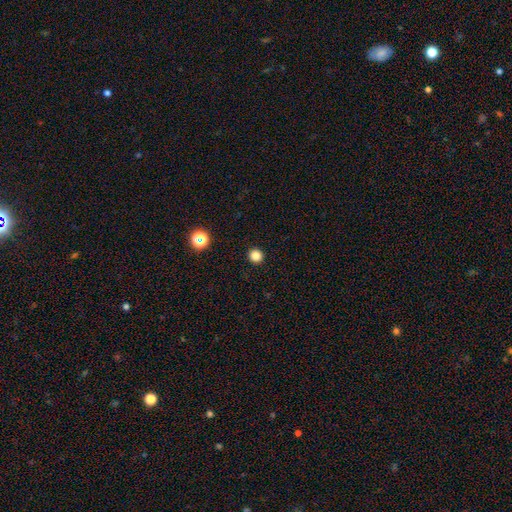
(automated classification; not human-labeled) Smooth or featured: smooth — 82% (star or artifact — 14%)
How rounded: round — 93% (in between — 6%)
Merging: none — 93% (minor disturbance — 4%)